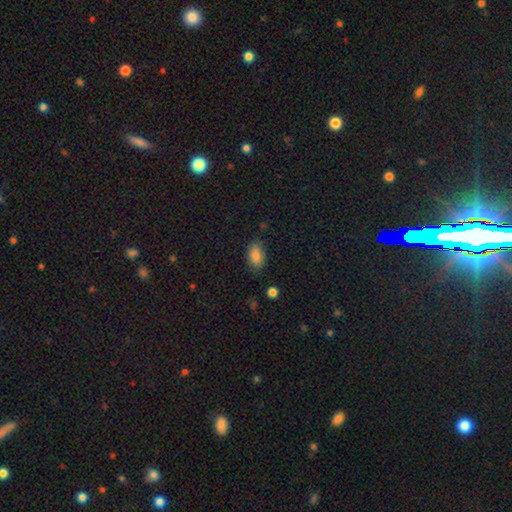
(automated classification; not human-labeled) Smooth or featured: smooth — 84% (star or artifact — 8%)
How rounded: in between — 90% (round — 8%)
Merging: none — 75% (minor disturbance — 19%)